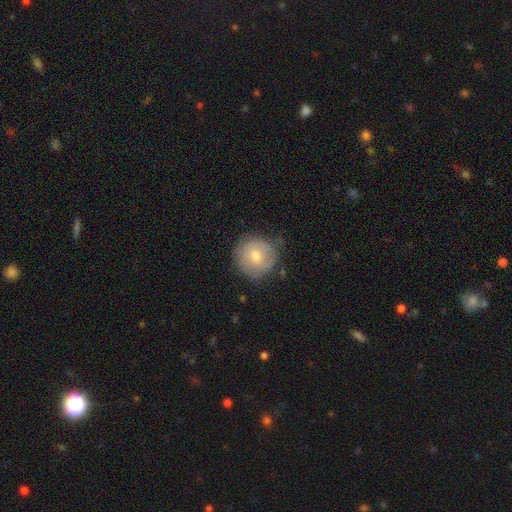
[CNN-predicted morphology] A smooth galaxy with no disk features (55%) that is round (92%).

Vote fractions:
- Smooth or featured? smooth: 55% / featured or disk: 37% / star or artifact: 8%
- How rounded? round: 92% / in between: 7% / cigar-shaped: 1%
- Merging? none: 73% / minor disturbance: 20% / major disturbance: 5% / merger: 1%